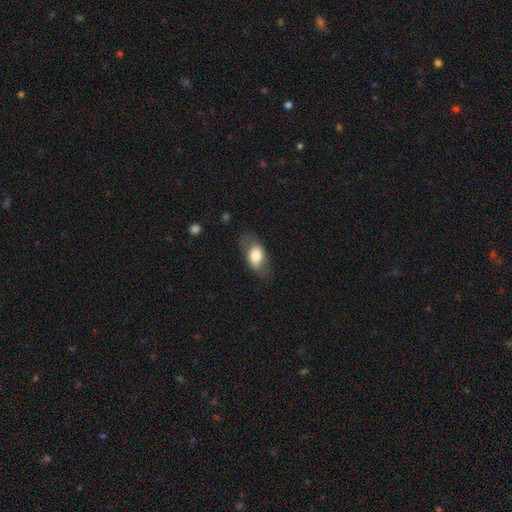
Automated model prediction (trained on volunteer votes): A smooth galaxy with no disk features (71%) that is in between round and cigar-shaped (87%).

Vote fractions:
- Smooth or featured? smooth: 71% / featured or disk: 22% / star or artifact: 7%
- How rounded? in between: 87% / round: 9% / cigar-shaped: 5%
- Merging? none: 71% / minor disturbance: 19% / major disturbance: 8% / merger: 1%